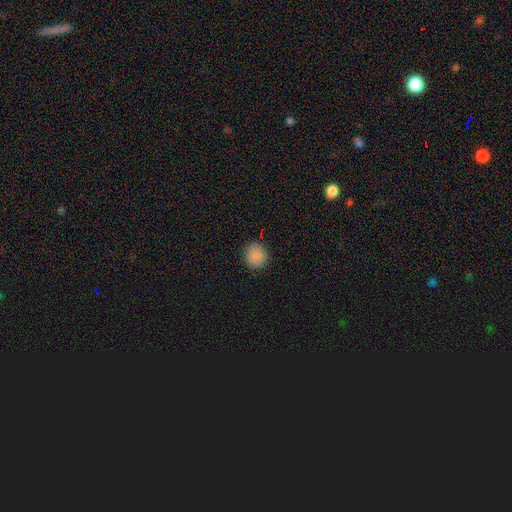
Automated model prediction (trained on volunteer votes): Smooth or featured? Predicted: smooth (p=0.86). How rounded? Predicted: round (p=0.90). Merging? Predicted: none (p=0.88).